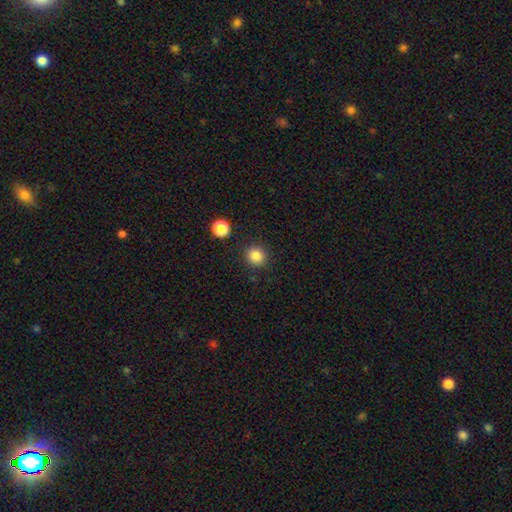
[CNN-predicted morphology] Smooth or featured?
  - smooth: 86% *
  - star or artifact: 11%
  - featured or disk: 3%
How rounded?
  - round: 91% *
  - in between: 8%
  - cigar-shaped: 1%
Merging?
  - none: 89% *
  - minor disturbance: 6%
  - major disturbance: 2%
  - merger: 2%